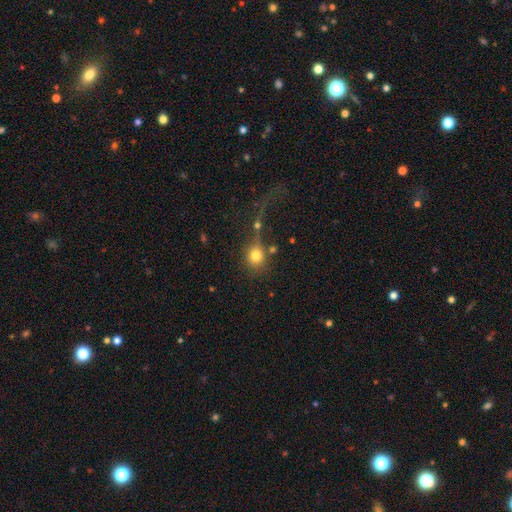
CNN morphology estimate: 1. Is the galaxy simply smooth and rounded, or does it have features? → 77% smooth, 13% star or artifact, 11% featured or disk.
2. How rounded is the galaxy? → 80% round, 18% in between, 2% cigar-shaped.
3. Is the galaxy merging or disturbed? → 53% none, 21% merger, 14% major disturbance, 13% minor disturbance.